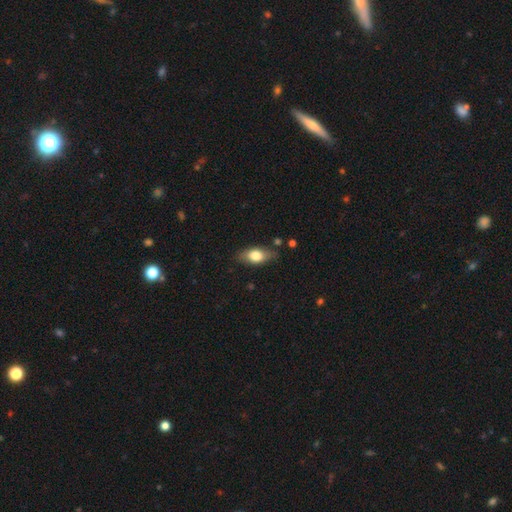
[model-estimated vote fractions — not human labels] smooth-or-featured: smooth: 73% | featured or disk: 21% | star or artifact: 7%
  how-rounded: in between: 84% | cigar-shaped: 11% | round: 6%
  merging: none: 78% | minor disturbance: 16% | major disturbance: 3% | merger: 2%